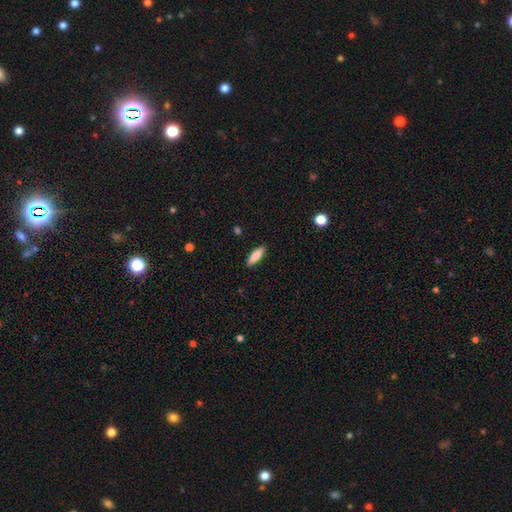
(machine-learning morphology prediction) Smooth or featured?
  - smooth: 80% *
  - featured or disk: 14%
  - star or artifact: 6%
How rounded?
  - cigar-shaped: 52% *
  - in between: 47%
  - round: 2%
Merging?
  - none: 90% *
  - minor disturbance: 8%
  - major disturbance: 2%
  - merger: 1%